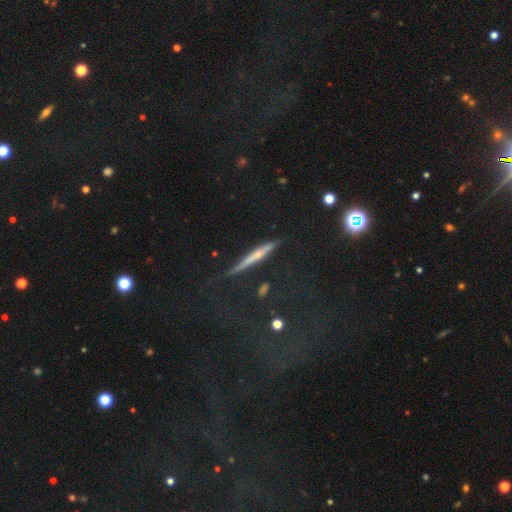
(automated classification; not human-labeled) Overall: featured or disk (47%; smooth 34%). Merging: none (74%).